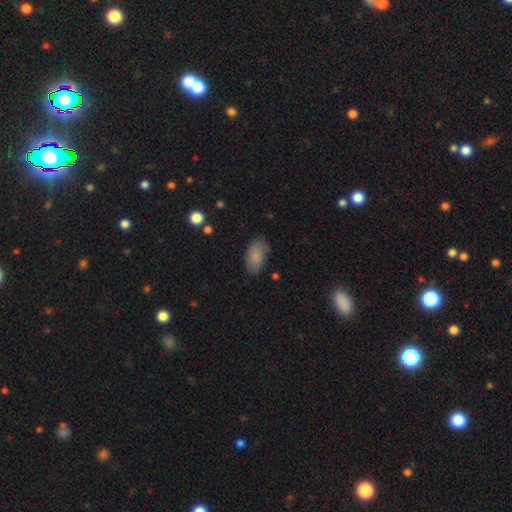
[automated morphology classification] Overall: smooth (83%). How rounded: in between (93%). Merging: none (76%).